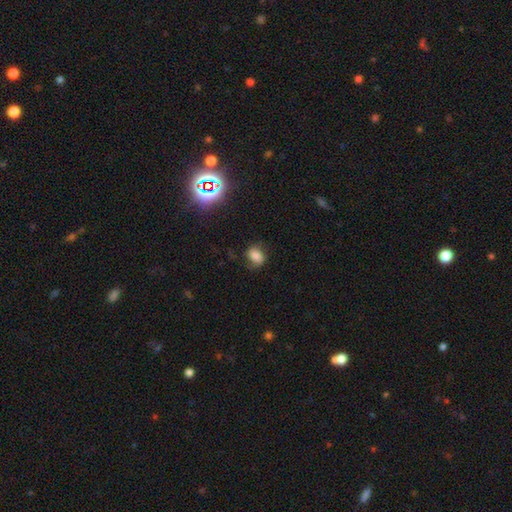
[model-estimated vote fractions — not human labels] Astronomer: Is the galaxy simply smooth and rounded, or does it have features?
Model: smooth — 75%.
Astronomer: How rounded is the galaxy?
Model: in between — 67%.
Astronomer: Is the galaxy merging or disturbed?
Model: none — 67%.